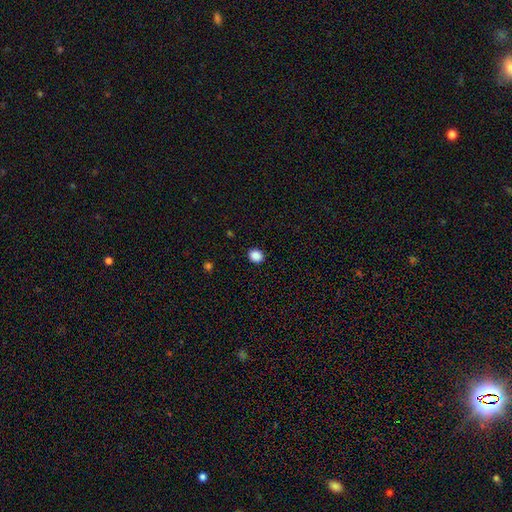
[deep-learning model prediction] smooth-or-featured: smooth: 88% | star or artifact: 10% | featured or disk: 2%
  how-rounded: round: 65% | in between: 34% | cigar-shaped: 1%
  merging: none: 91% | minor disturbance: 6% | major disturbance: 2% | merger: 1%